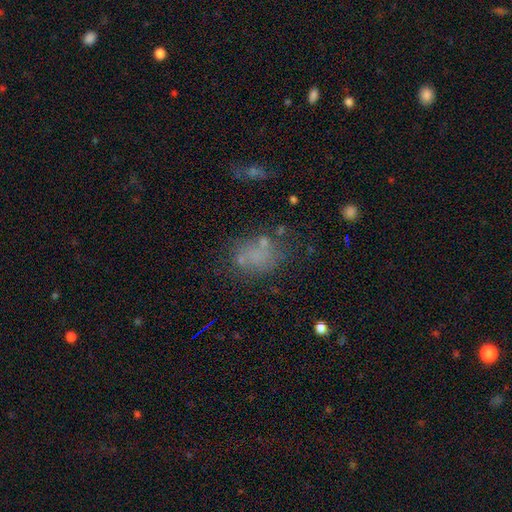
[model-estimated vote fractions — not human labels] Smooth or featured? Predicted: smooth (p=0.58). How rounded? Predicted: in between (p=0.67). Merging? Predicted: none (p=0.55).